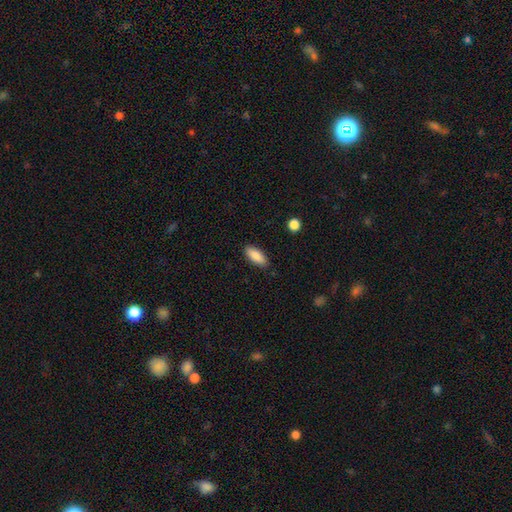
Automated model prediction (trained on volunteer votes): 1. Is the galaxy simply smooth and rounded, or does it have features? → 87% smooth, 6% featured or disk, 6% star or artifact.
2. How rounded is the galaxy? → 80% in between, 18% cigar-shaped, 2% round.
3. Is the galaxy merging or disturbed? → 88% none, 9% minor disturbance, 2% major disturbance, 1% merger.